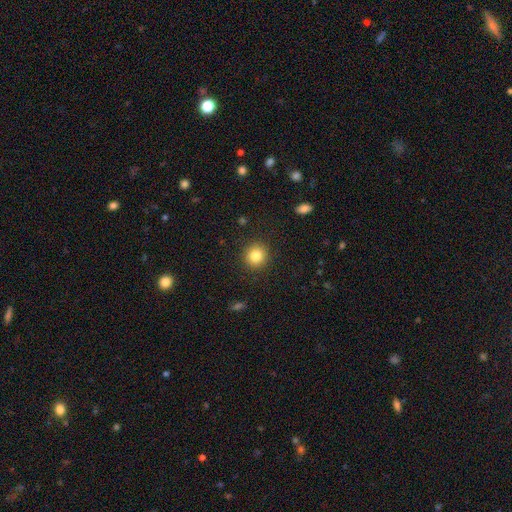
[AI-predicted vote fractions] This is clearly a smooth galaxy (83%). How rounded: clearly round (92%). Merging: clearly none (91%).